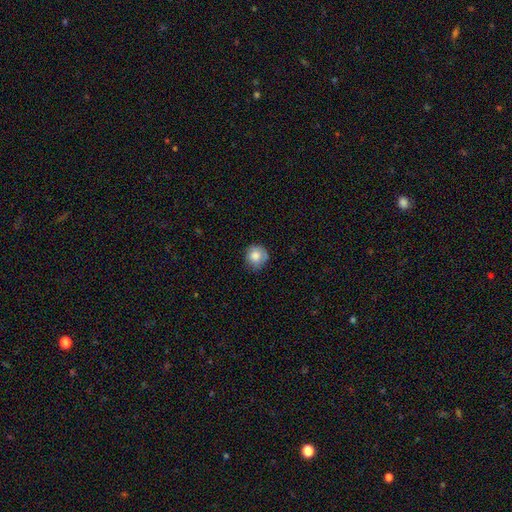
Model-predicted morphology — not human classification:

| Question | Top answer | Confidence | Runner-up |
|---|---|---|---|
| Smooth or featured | smooth | 80% | featured or disk (11%) |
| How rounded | round | 89% | in between (10%) |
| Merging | none | 72% | minor disturbance (22%) |